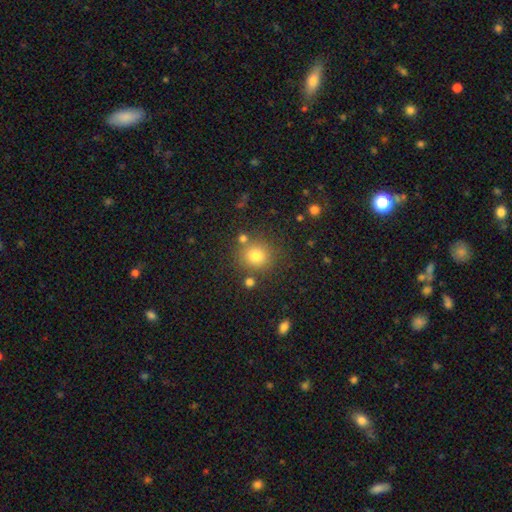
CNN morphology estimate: Smooth or featured? Predicted: smooth (p=0.78). How rounded? Predicted: round (p=0.87). Merging? Predicted: none (p=0.78).